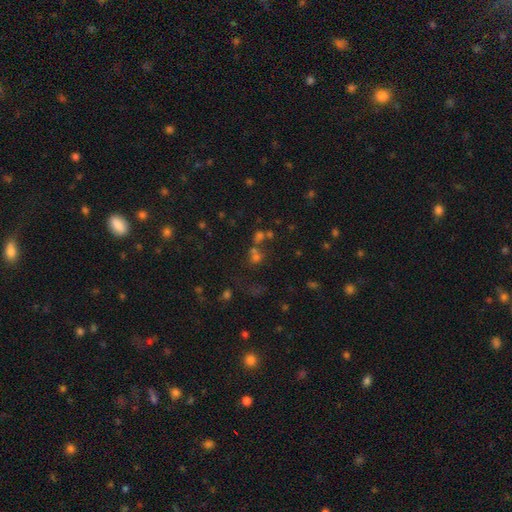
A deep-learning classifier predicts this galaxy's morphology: smooth_or_featured: star or artifact (p=0.47) [alt: smooth p=0.39]